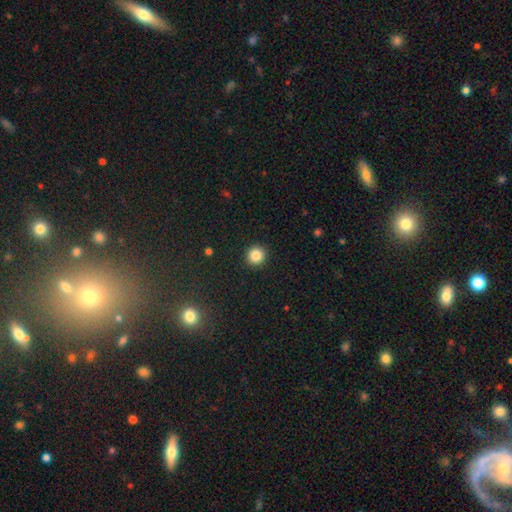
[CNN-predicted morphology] This is clearly a smooth galaxy (85%). How rounded: clearly round (95%). Merging: clearly none (93%).